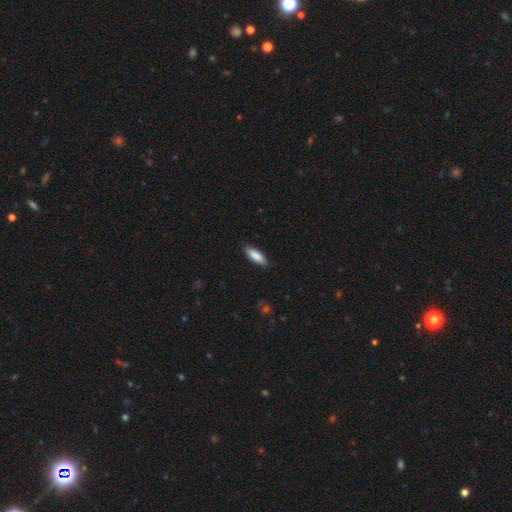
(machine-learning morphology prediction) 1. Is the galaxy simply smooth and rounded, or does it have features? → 87% smooth, 7% featured or disk, 5% star or artifact.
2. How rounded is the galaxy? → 62% in between, 37% cigar-shaped, 2% round.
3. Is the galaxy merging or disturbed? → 87% none, 10% minor disturbance, 2% major disturbance, 1% merger.